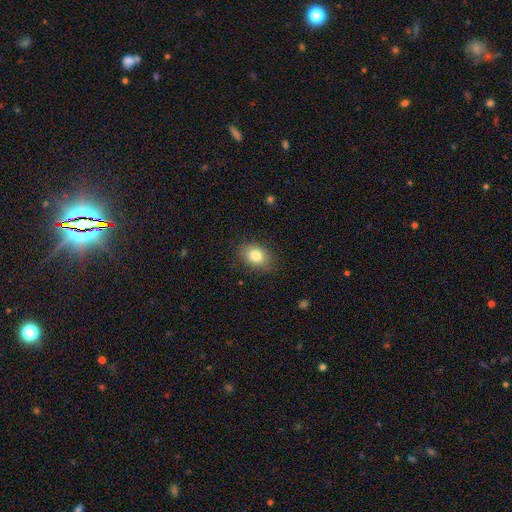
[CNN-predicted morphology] A smooth galaxy with no disk features (82%) that is in between round and cigar-shaped (73%). Merging: none (84%).